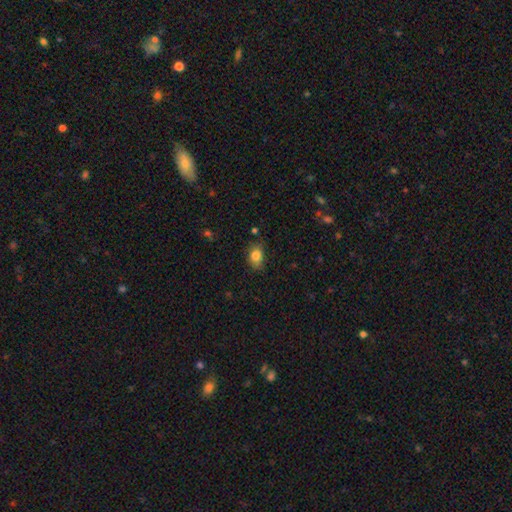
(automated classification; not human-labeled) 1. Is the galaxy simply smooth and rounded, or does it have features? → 83% smooth, 9% star or artifact, 7% featured or disk.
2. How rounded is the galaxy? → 74% in between, 24% round, 2% cigar-shaped.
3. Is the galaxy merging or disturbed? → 73% none, 21% minor disturbance, 4% major disturbance, 2% merger.